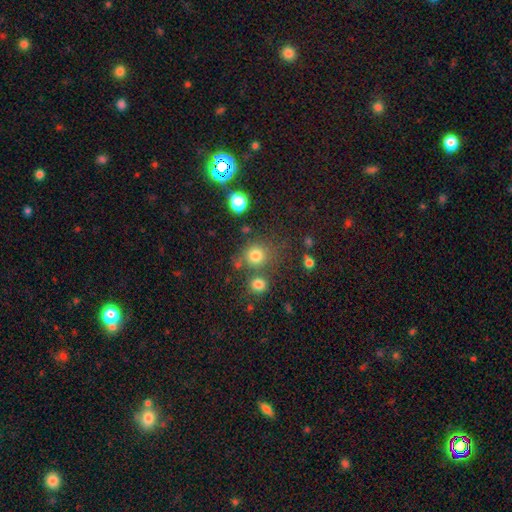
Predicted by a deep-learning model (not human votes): A smooth galaxy with no disk features (79%) that is round (87%).

Vote fractions:
- Smooth or featured? smooth: 79% / star or artifact: 15% / featured or disk: 7%
- How rounded? round: 87% / in between: 12% / cigar-shaped: 1%
- Merging? none: 68% / merger: 16% / minor disturbance: 11% / major disturbance: 5%